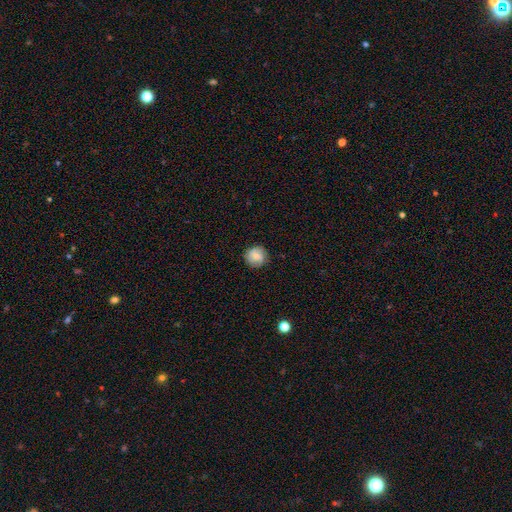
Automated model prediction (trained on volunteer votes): A smooth galaxy with no disk features (68%) that is round (92%).

Vote fractions:
- Smooth or featured? smooth: 68% / featured or disk: 23% / star or artifact: 9%
- How rounded? round: 92% / in between: 7% / cigar-shaped: 1%
- Merging? none: 85% / minor disturbance: 11% / major disturbance: 3% / merger: 1%